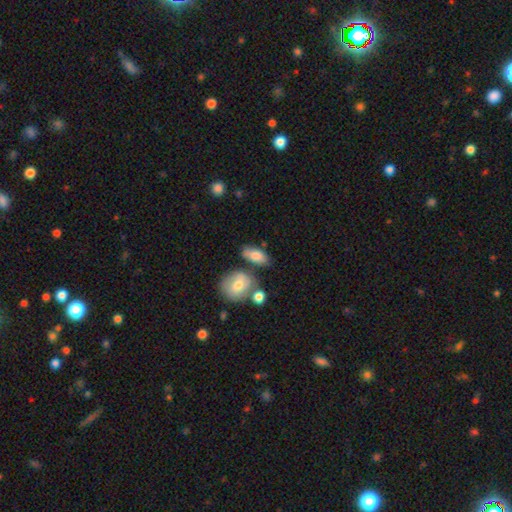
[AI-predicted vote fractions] This appears to be a smooth galaxy with no disk features (77%) that is in between round and cigar-shaped (85%). Merging: none (58%).